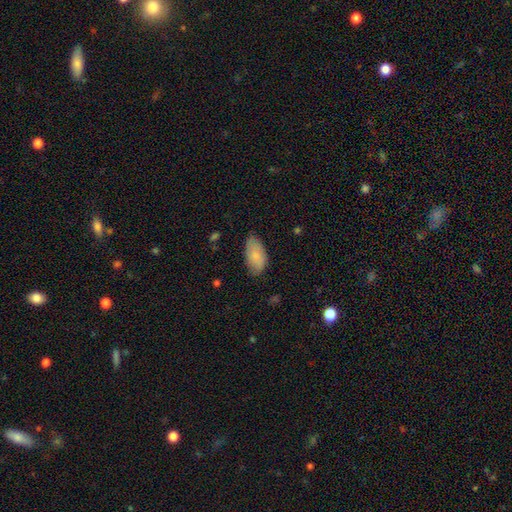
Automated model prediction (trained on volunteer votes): smooth_or_featured: smooth (p=0.79) [alt: featured or disk p=0.15]
how_rounded: in between (p=0.94) [alt: round p=0.03]
merging: none (p=0.75) [alt: minor disturbance p=0.21]